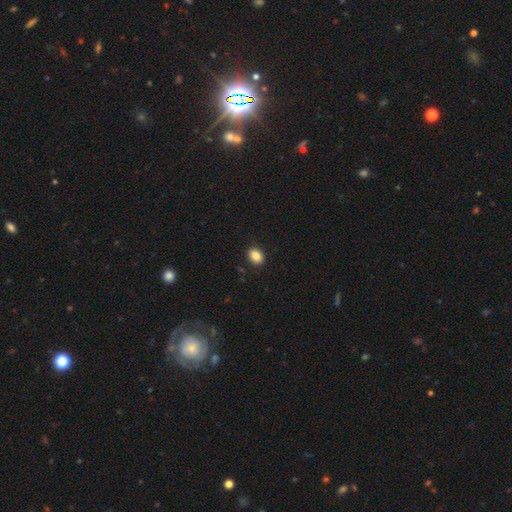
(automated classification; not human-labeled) smooth 87%, star or artifact 9%, featured or disk 4%. Down the decision tree: how rounded — in between (66%); merging — none (90%).